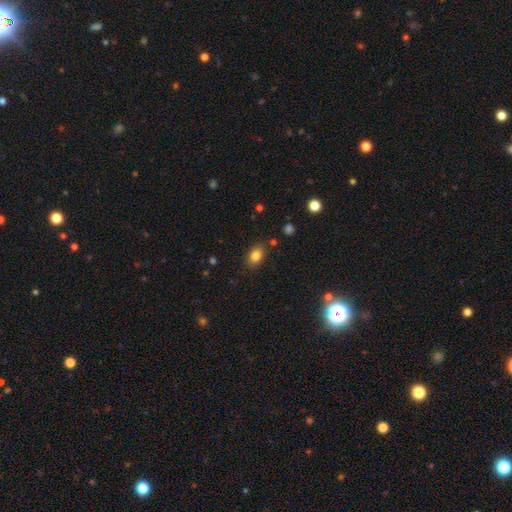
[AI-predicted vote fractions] smooth-or-featured: smooth: 82% | star or artifact: 10% | featured or disk: 7%
  how-rounded: in between: 81% | round: 17% | cigar-shaped: 2%
  merging: none: 82% | minor disturbance: 12% | major disturbance: 3% | merger: 3%